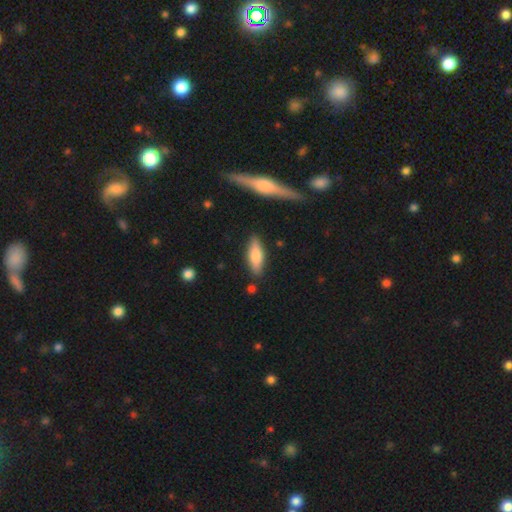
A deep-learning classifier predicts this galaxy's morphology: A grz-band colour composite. It shows a smooth galaxy with no disk features (70%) that is in between round and cigar-shaped (52%). Merging: none (83%).